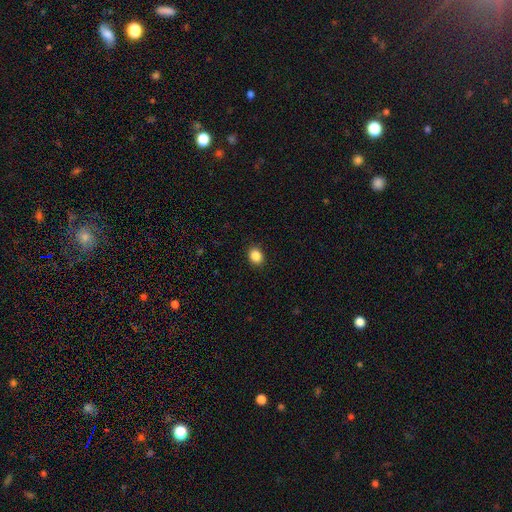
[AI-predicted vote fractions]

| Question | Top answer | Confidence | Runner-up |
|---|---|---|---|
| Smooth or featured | smooth | 87% | star or artifact (9%) |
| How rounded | in between | 52% | round (47%) |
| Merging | none | 91% | minor disturbance (7%) |